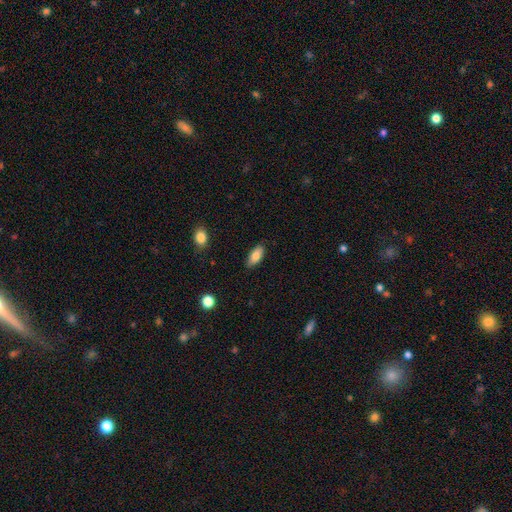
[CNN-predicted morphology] This appears to be a smooth galaxy with no disk features (82%) that is in between round and cigar-shaped (84%). Merging: none (85%).